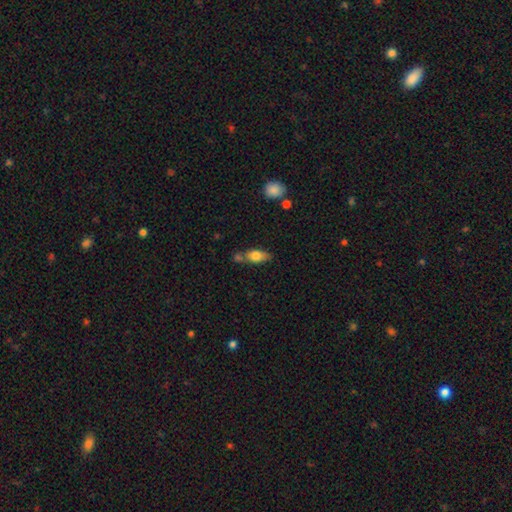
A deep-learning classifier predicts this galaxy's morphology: type=smooth (73%); roundness=in between (76%); merging=none (51%).